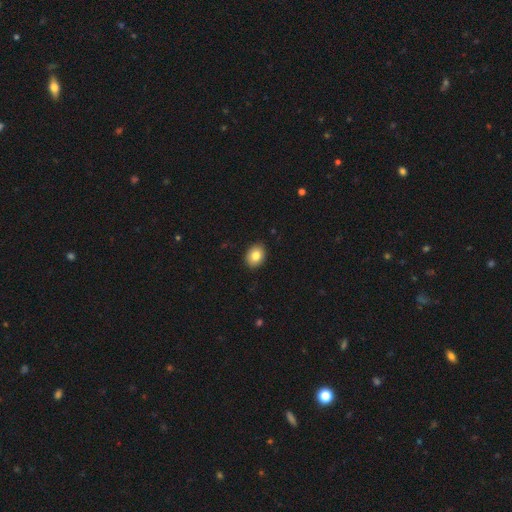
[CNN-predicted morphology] Smooth or featured?
  - smooth: 83% *
  - featured or disk: 9%
  - star or artifact: 8%
How rounded?
  - in between: 63% *
  - round: 36%
  - cigar-shaped: 1%
Merging?
  - none: 90% *
  - minor disturbance: 7%
  - major disturbance: 2%
  - merger: 1%